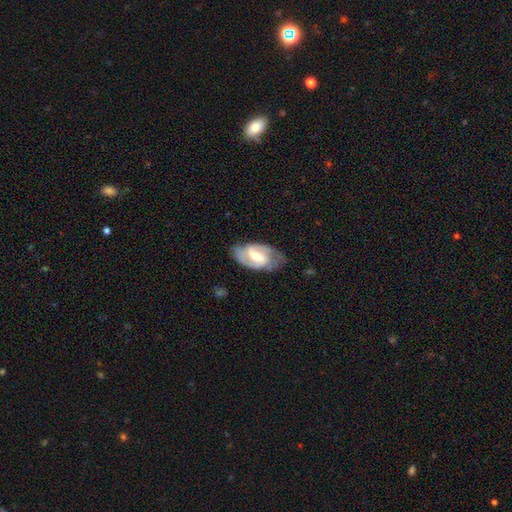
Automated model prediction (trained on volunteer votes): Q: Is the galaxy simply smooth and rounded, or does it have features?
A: featured or disk — 83%.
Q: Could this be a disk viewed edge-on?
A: no — 96%.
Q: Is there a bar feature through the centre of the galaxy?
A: weak — 45%.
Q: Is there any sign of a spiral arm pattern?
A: yes — 93%.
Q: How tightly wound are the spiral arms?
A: medium — 50%.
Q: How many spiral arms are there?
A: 2 — 86%.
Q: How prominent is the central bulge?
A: moderate — 56%.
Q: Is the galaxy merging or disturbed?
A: none — 71%.